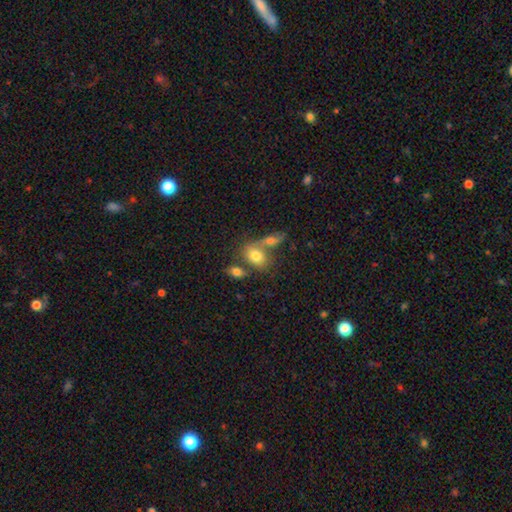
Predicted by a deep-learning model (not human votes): A smooth galaxy with no disk features (76%) that is in between round and cigar-shaped (76%). Merging: merger (45%).